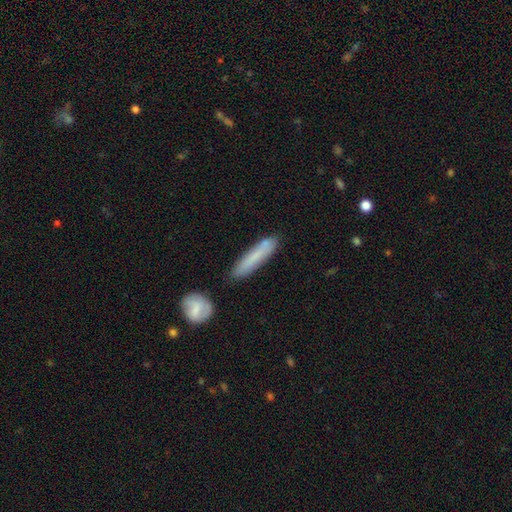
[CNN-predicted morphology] smooth 73%, featured or disk 20%, star or artifact 7%. Down the decision tree: how rounded — cigar-shaped (89%); merging — none (78%).